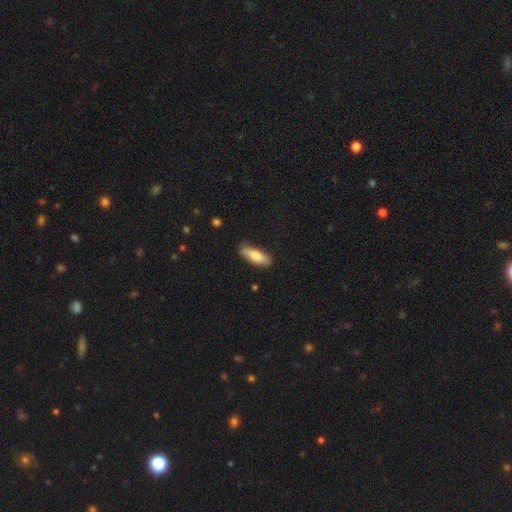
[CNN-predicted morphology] Smooth or featured?
  - smooth: 81% *
  - featured or disk: 13%
  - star or artifact: 6%
How rounded?
  - in between: 60% *
  - cigar-shaped: 38%
  - round: 2%
Merging?
  - none: 79% *
  - minor disturbance: 17%
  - major disturbance: 3%
  - merger: 1%